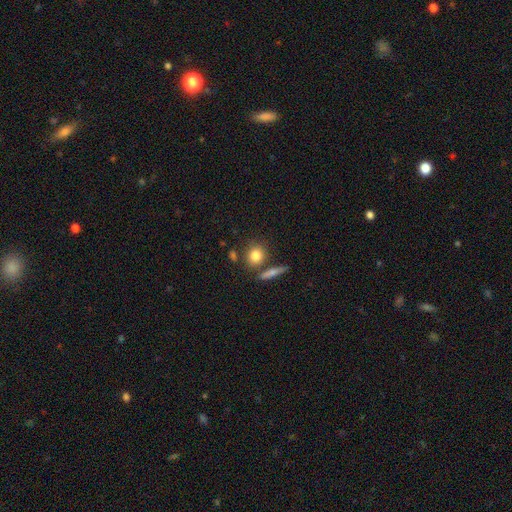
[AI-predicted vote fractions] Smooth or featured? smooth (81%)
How rounded? round (66%)
Merging? none (69%)